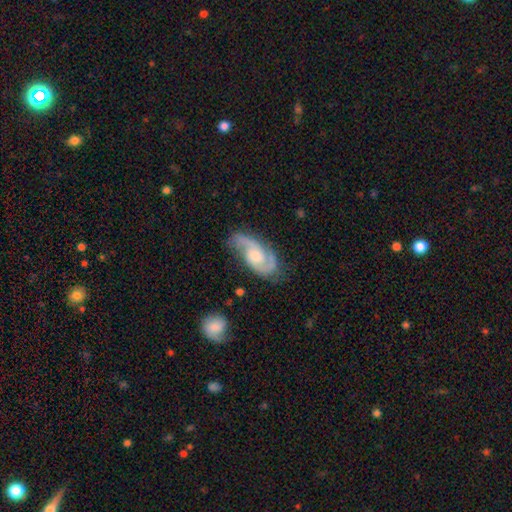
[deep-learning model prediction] Morphology: type=featured or disk (85%); edge-on=no (96%); bar=no (60%); spiral arms=yes (97%); winding=medium (53%); arm count=2 (87%); bulge=moderate (56%); merging=none (69%).